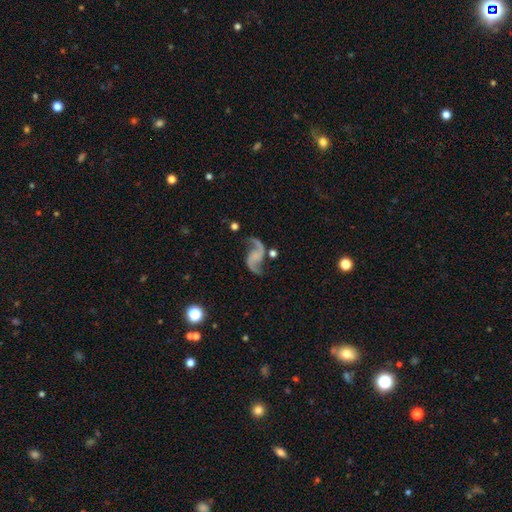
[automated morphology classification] Smooth or featured: featured or disk — 90% (star or artifact — 6%)
Edge-on disk: no — 98% (yes — 2%)
Bar: no — 61% (weak — 30%)
Spiral arms: yes — 97% (no — 3%)
Spiral winding: loose — 78% (medium — 18%)
Spiral arm count: 2 — 94% (1 — 2%)
Bulge size: none — 60% (small — 28%)
Merging: none — 71% (minor disturbance — 15%)